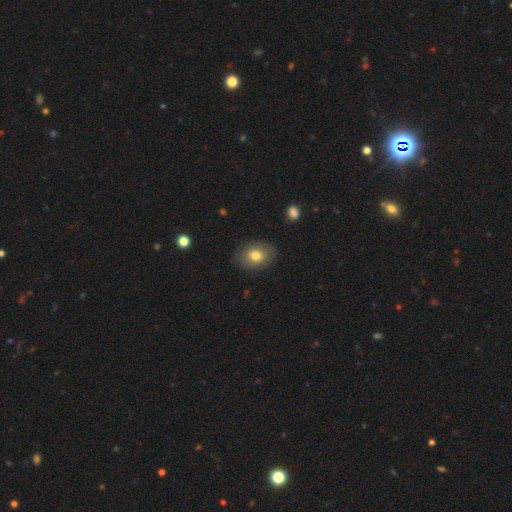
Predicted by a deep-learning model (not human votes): Smooth or featured: smooth — 76% (featured or disk — 16%)
How rounded: in between — 70% (round — 29%)
Merging: none — 83% (minor disturbance — 12%)